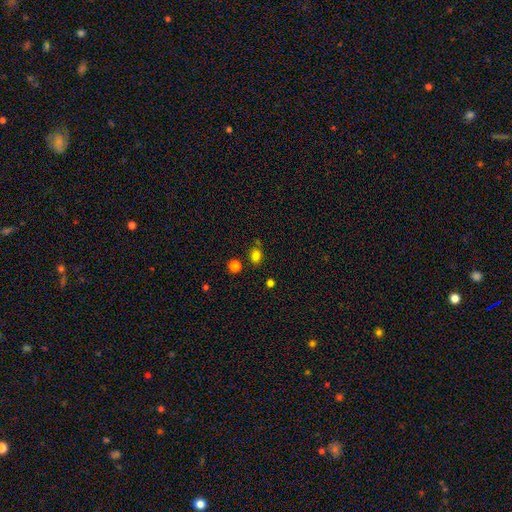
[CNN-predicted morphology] This is clearly a smooth galaxy (80%). How rounded: possibly in between (52%). Merging: likely none (74%).